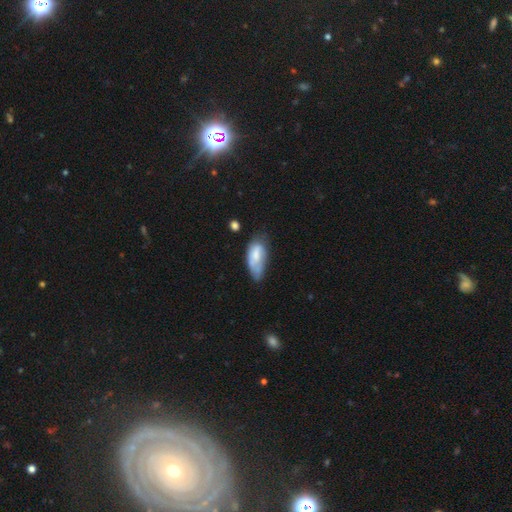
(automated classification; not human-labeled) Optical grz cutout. It shows a smooth galaxy with no disk features (67%) that is in between round and cigar-shaped (86%). Merging: minor disturbance (39%).